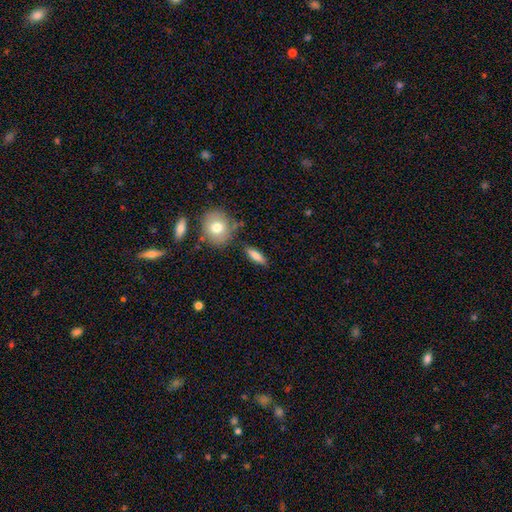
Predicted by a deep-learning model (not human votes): This appears to be a smooth galaxy with no disk features (75%) that is cigar-shaped (51%). Merging: none (82%).